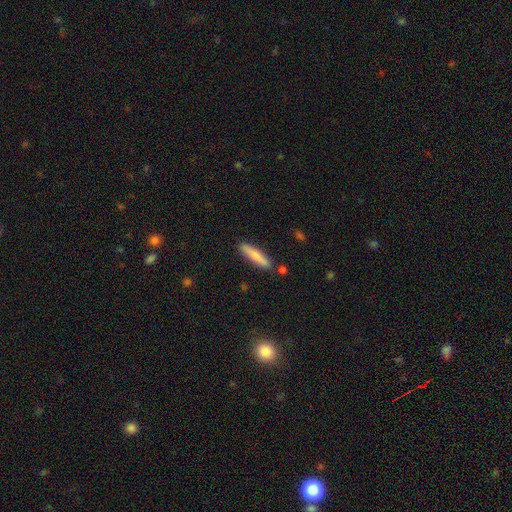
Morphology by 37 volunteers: Smooth or featured?
  - smooth: 76% *
  - featured or disk: 19%
  - star or artifact: 5%
How rounded?
  - cigar-shaped: 96% *
  - round: 4%
  - in between: 0%
Merging?
  - none: 94% *
  - major disturbance: 3%
  - merger: 3%
  - minor disturbance: 0%